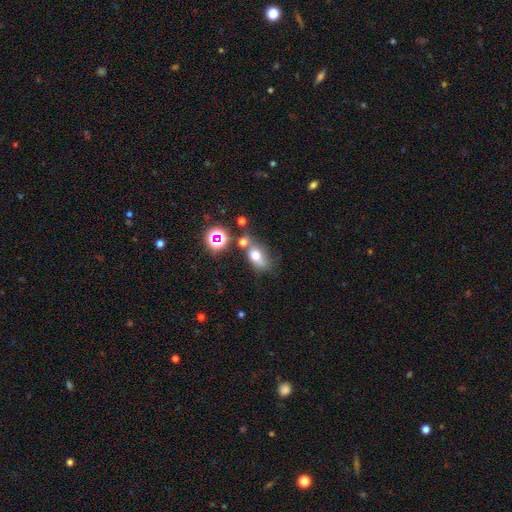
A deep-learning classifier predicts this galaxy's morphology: This is likely a smooth galaxy (66%). How rounded: likely in between (71%). Merging: possibly none (49%).